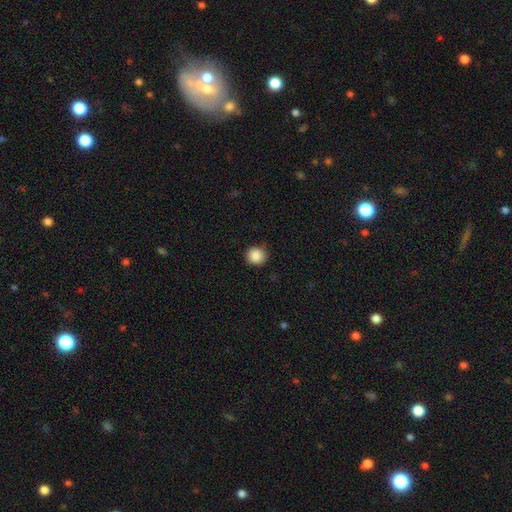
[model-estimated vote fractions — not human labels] A smooth galaxy with no disk features (88%) that is round (91%). Merging: none (89%).